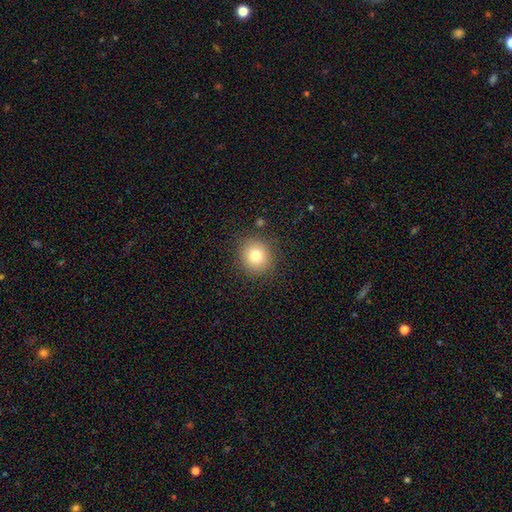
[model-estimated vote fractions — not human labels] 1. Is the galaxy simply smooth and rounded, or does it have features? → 79% smooth, 12% star or artifact, 9% featured or disk.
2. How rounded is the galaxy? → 88% round, 11% in between, 1% cigar-shaped.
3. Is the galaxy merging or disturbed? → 88% none, 8% minor disturbance, 3% major disturbance, 2% merger.